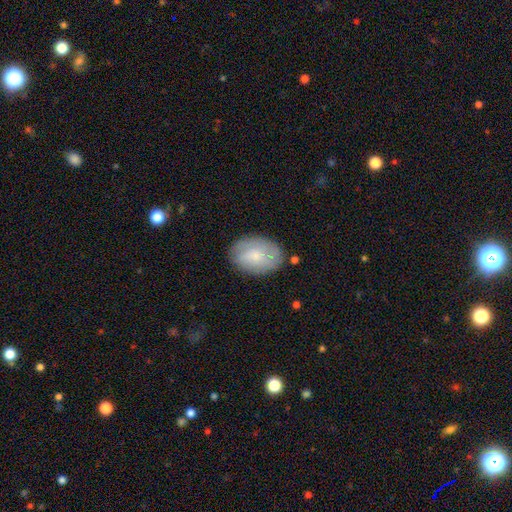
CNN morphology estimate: This is likely a smooth galaxy (66%). How rounded: clearly in between (83%). Merging: likely none (78%).